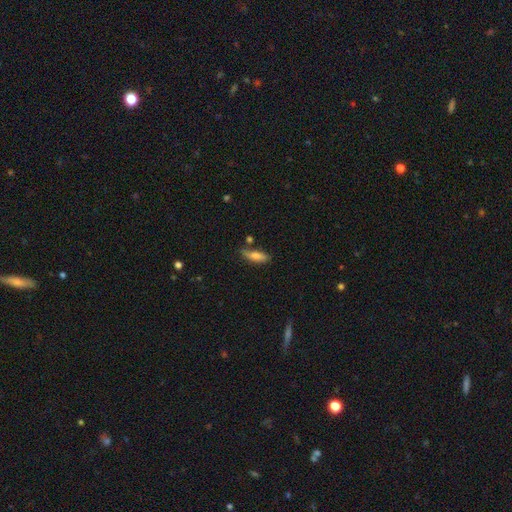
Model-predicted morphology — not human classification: Smooth or featured? Predicted: smooth (p=0.73). How rounded? Predicted: in between (p=0.54). Merging? Predicted: none (p=0.67).